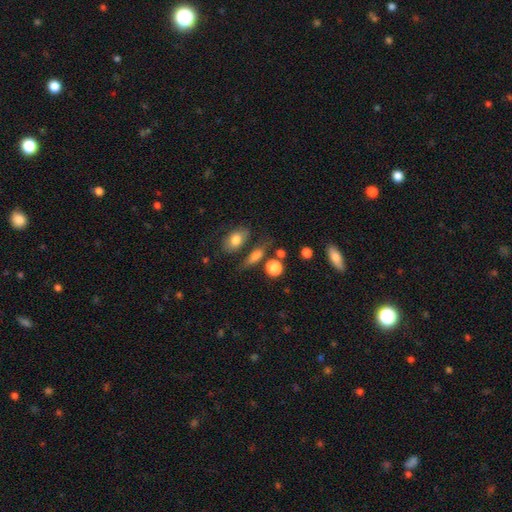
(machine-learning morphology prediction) This is likely a smooth galaxy (76%). How rounded: possibly in between (52%). Merging: likely none (63%).